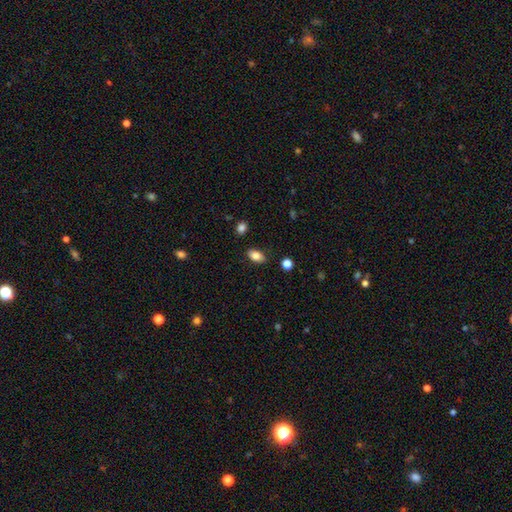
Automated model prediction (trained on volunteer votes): A smooth galaxy with no disk features (83%) that is in between round and cigar-shaped (89%). Merging: none (84%).